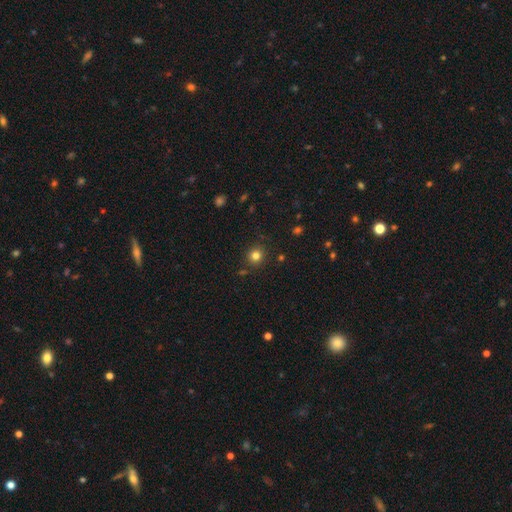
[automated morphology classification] Smooth or featured? Predicted: smooth (p=0.80). How rounded? Predicted: round (p=0.91). Merging? Predicted: none (p=0.88).